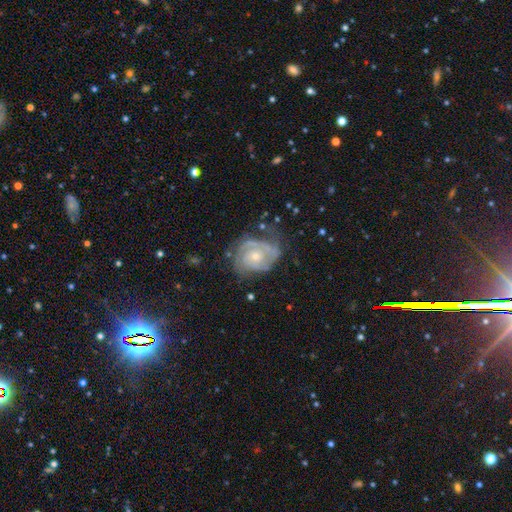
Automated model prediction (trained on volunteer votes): The model was most divided on "bulge size": small: 54%, moderate: 41%, none: 2%, large: 2%, dominant: 1%. Remaining: edge-on disk — no (98%); spiral arms — yes (94%); smooth or featured — featured or disk (83%); bar — no (72%); spiral winding — tight (66%); merging — none (60%); spiral arm count — 2 (49%).